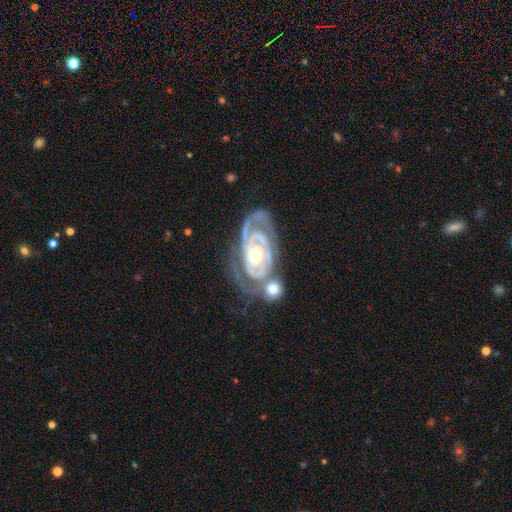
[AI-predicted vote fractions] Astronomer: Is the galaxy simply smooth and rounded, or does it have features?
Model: featured or disk — 90%.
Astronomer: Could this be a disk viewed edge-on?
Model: no — 96%.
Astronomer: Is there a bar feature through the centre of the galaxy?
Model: no — 70%.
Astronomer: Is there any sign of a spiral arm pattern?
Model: yes — 96%.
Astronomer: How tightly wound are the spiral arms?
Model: tight — 74%.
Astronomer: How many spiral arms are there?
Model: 2 — 54%.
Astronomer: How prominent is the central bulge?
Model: moderate — 59% (runner-up: small, 36%).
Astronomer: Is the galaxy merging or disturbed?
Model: none — 47%.